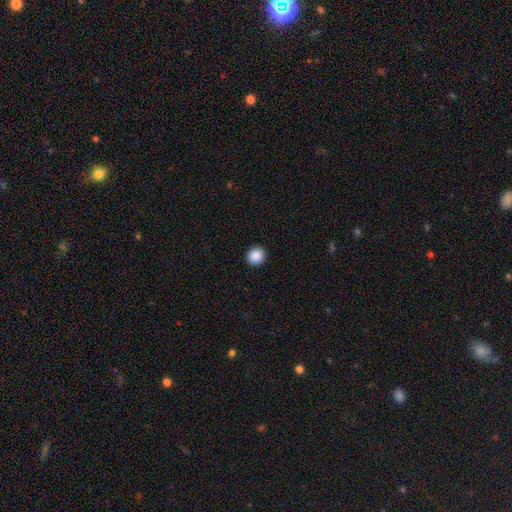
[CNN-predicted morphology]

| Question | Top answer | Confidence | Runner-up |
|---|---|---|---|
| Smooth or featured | smooth | 89% | star or artifact (9%) |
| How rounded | round | 88% | in between (11%) |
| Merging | none | 93% | minor disturbance (5%) |